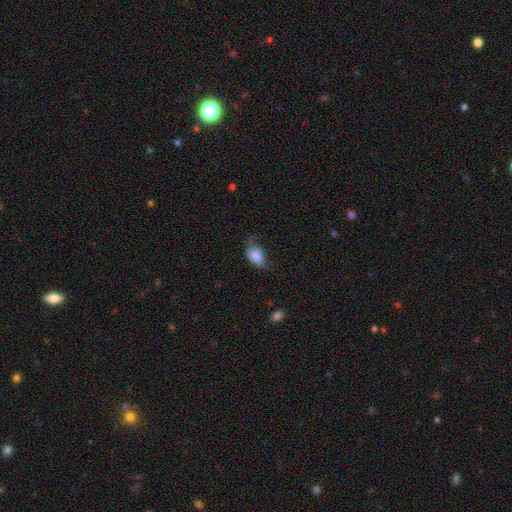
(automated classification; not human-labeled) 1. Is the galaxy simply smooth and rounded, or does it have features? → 82% smooth, 10% featured or disk, 8% star or artifact.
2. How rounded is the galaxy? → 80% in between, 19% round, 2% cigar-shaped.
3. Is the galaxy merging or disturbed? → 39% none, 37% minor disturbance, 21% major disturbance, 2% merger.